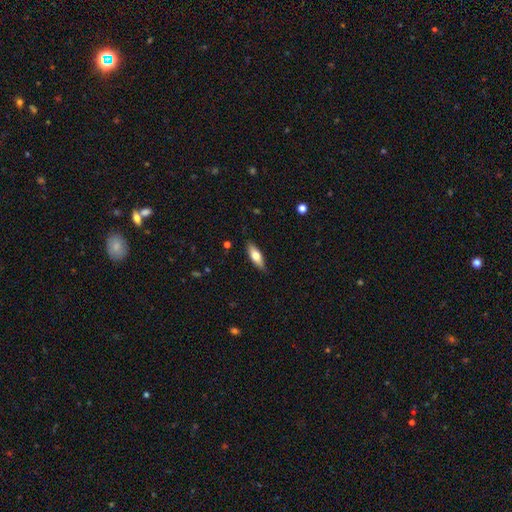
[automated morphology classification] smooth_or_featured: smooth (p=0.64) [alt: featured or disk p=0.30]
how_rounded: in between (p=0.59) [alt: cigar-shaped p=0.39]
merging: none (p=0.86) [alt: minor disturbance p=0.11]